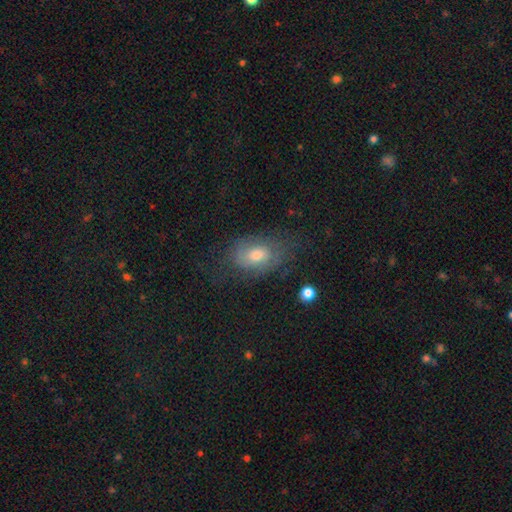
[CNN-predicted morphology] This is possibly a smooth galaxy (52%). How rounded: clearly in between (83%). Merging: possibly none (57%).